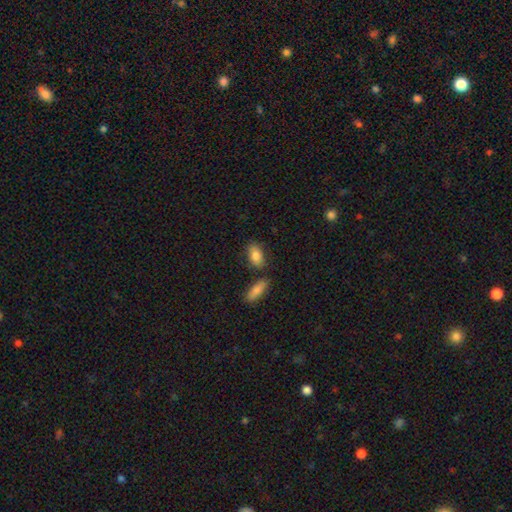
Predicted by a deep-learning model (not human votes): smooth_or_featured: smooth (p=0.84) [alt: featured or disk p=0.09]
how_rounded: in between (p=0.88) [alt: cigar-shaped p=0.06]
merging: none (p=0.72) [alt: minor disturbance p=0.13]